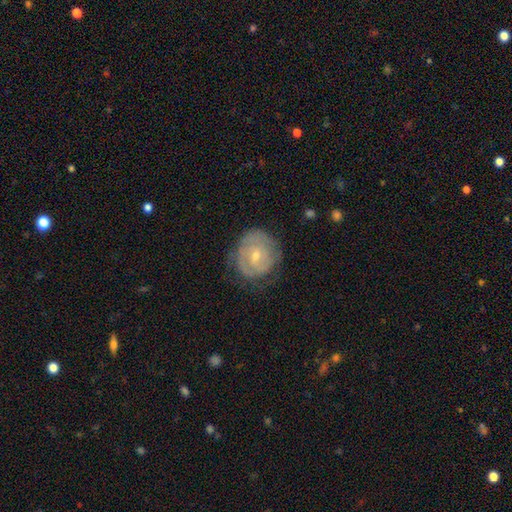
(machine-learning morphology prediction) type=featured or disk (65%); edge-on=no (97%); bar=no (66%); spiral arms=yes (74%); bulge=small (58%); merging=none (68%).